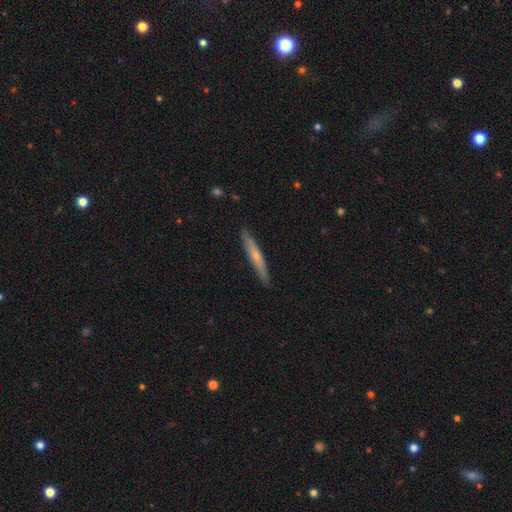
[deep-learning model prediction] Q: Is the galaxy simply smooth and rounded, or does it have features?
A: smooth — 52%.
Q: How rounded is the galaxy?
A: cigar-shaped — 95%.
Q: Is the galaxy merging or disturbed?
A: none — 90%.